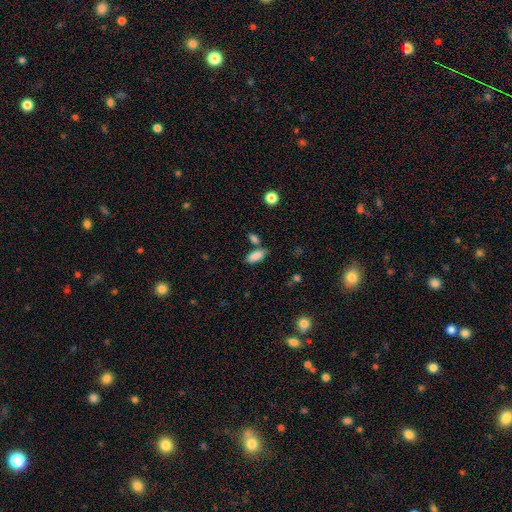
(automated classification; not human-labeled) This appears to be a smooth galaxy with no disk features (87%) that is in between round and cigar-shaped (83%). Merging: none (66%).